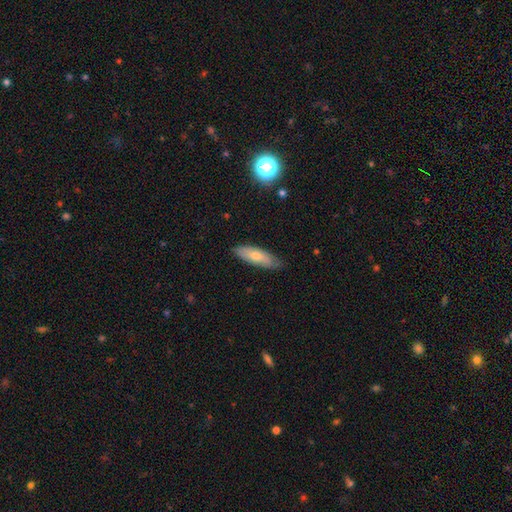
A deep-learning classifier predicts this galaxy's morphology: This appears to be a smooth galaxy with no disk features (62%) that is in between round and cigar-shaped (52%). Merging: none (82%).